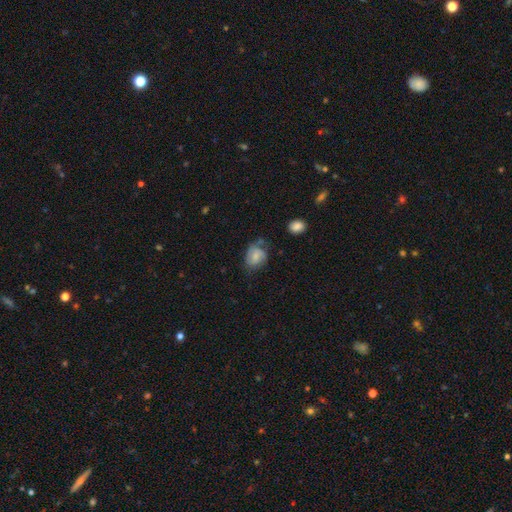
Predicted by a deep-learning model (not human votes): This is likely a smooth galaxy (63%). How rounded: possibly in between (55%). Merging: possibly none (48%).